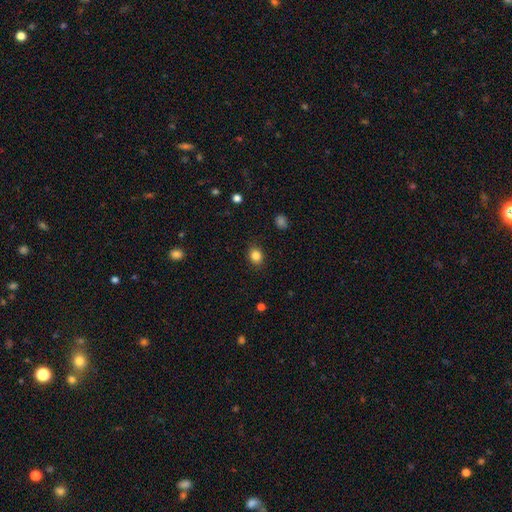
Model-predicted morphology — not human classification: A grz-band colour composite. It shows a smooth galaxy with no disk features (84%) that is round (59%). Merging: none (87%).